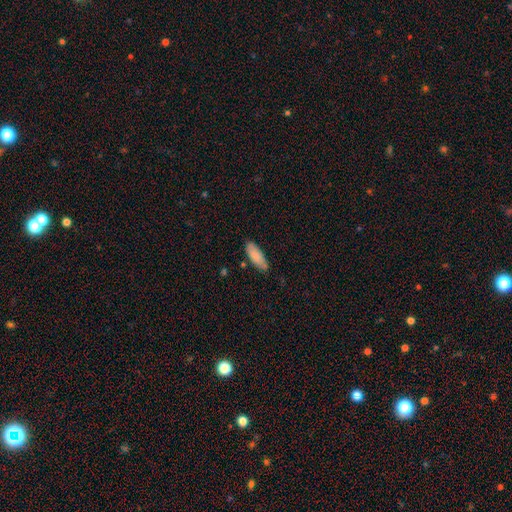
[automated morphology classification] Smooth or featured?
  - smooth: 86% *
  - featured or disk: 9%
  - star or artifact: 6%
How rounded?
  - in between: 69% *
  - cigar-shaped: 30%
  - round: 1%
Merging?
  - none: 77% *
  - minor disturbance: 18%
  - major disturbance: 3%
  - merger: 2%